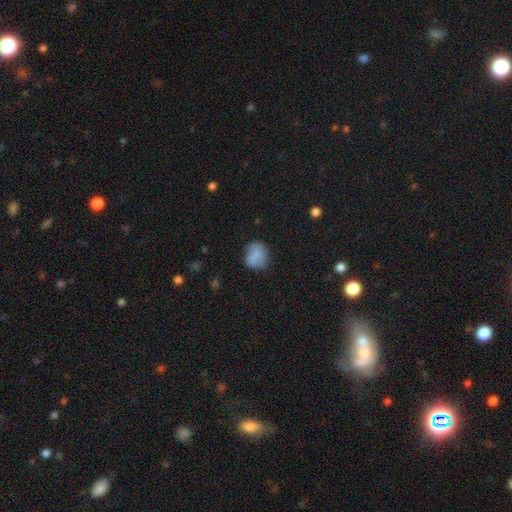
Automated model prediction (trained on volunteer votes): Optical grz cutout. It shows a smooth galaxy with no disk features (82%) that is round (66%). Merging: none (75%).